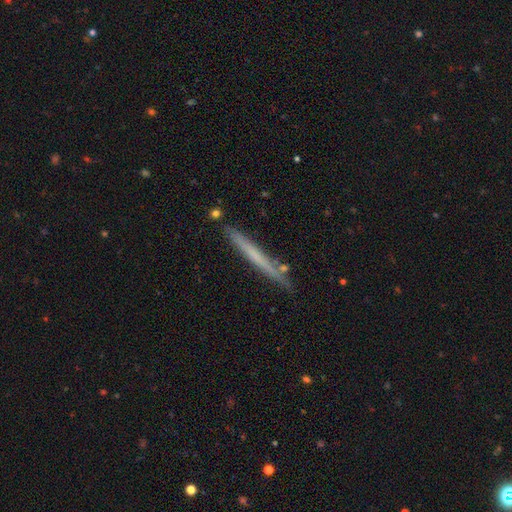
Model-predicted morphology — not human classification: A smooth galaxy with no disk features (50%). Merging: none (85%).